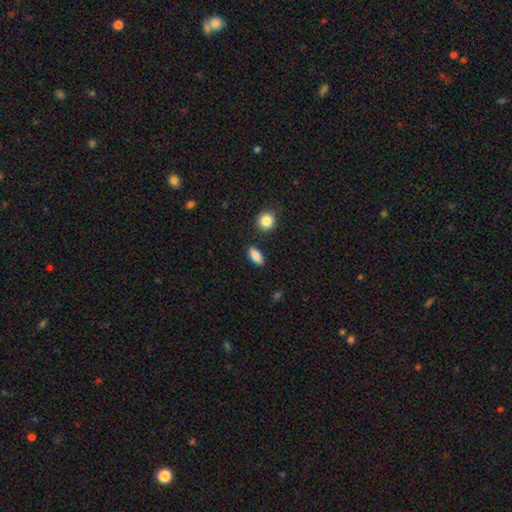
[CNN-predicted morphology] smooth_or_featured: smooth (p=0.86) [alt: star or artifact p=0.07]
how_rounded: in between (p=0.84) [alt: cigar-shaped p=0.11]
merging: none (p=0.86) [alt: minor disturbance p=0.09]